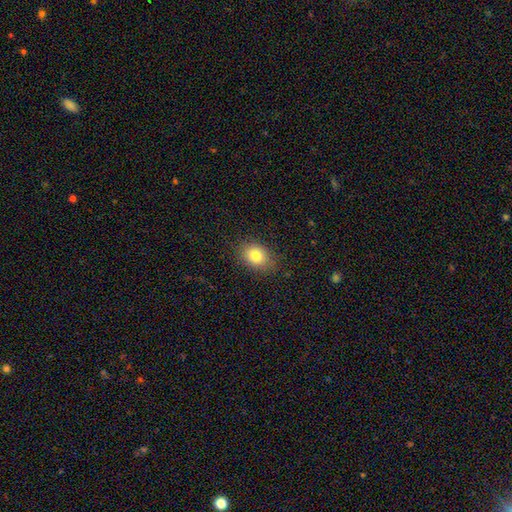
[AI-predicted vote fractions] This is clearly a smooth galaxy (81%). How rounded: likely in between (61%). Merging: clearly none (85%).